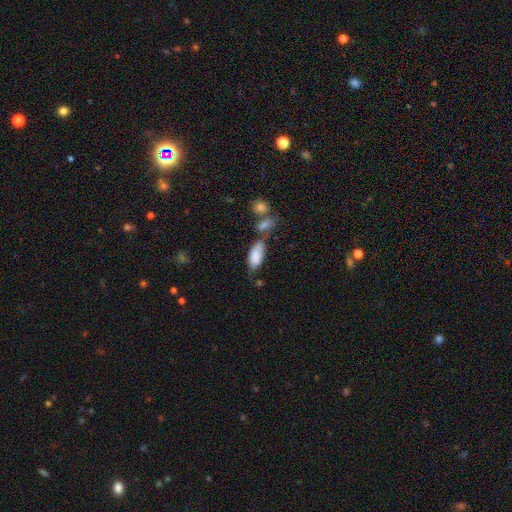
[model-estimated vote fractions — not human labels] Morphology: type=smooth (84%); roundness=in between (86%); merging=none (42%).